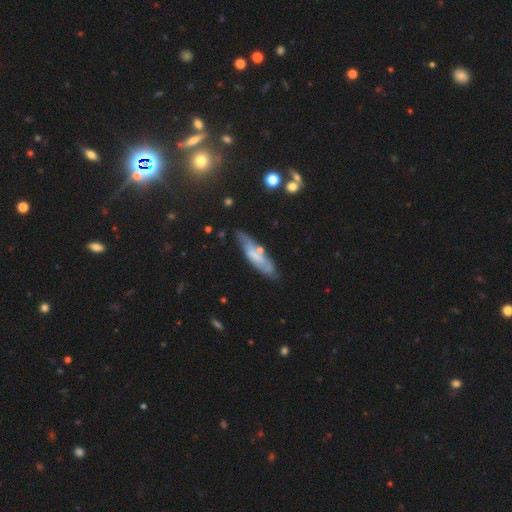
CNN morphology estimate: Smooth or featured?
  - smooth: 50% *
  - featured or disk: 43%
  - star or artifact: 7%
Merging?
  - none: 63% *
  - minor disturbance: 23%
  - merger: 7%
  - major disturbance: 6%